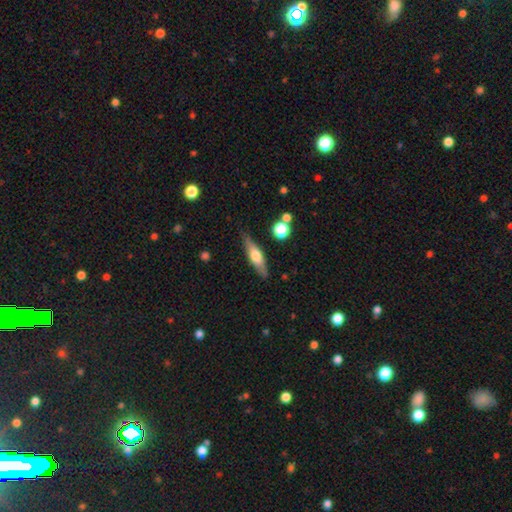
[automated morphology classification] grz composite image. It shows a featured or disk galaxy (47%, tied with smooth). Merging: none (82%).